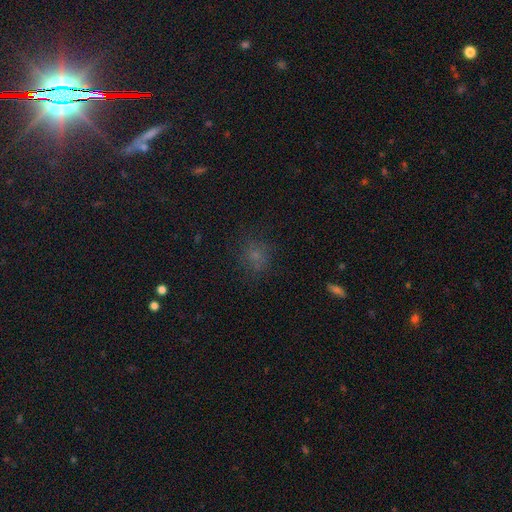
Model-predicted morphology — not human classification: smooth_or_featured: smooth (p=0.63) [alt: star or artifact p=0.25]
how_rounded: round (p=0.76) [alt: in between p=0.23]
merging: none (p=0.73) [alt: minor disturbance p=0.16]